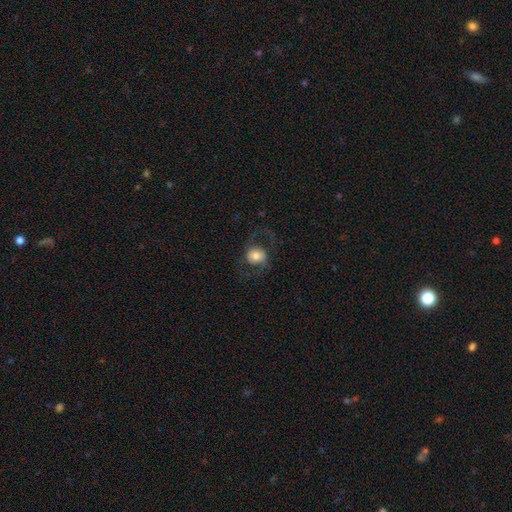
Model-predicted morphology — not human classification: A smooth galaxy with no disk features (49%). Merging: none (67%).